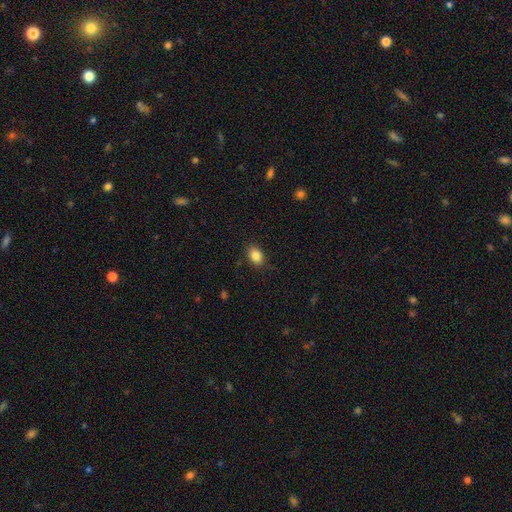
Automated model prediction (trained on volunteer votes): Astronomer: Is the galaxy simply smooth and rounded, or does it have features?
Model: smooth — 86%.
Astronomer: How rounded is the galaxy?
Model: in between — 76%.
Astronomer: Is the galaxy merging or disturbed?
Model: none — 85%.